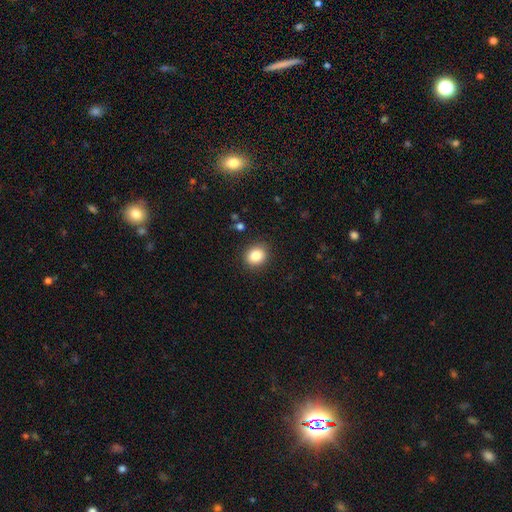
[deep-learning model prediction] Smooth or featured? Predicted: smooth (p=0.85). How rounded? Predicted: round (p=0.63). Merging? Predicted: none (p=0.89).